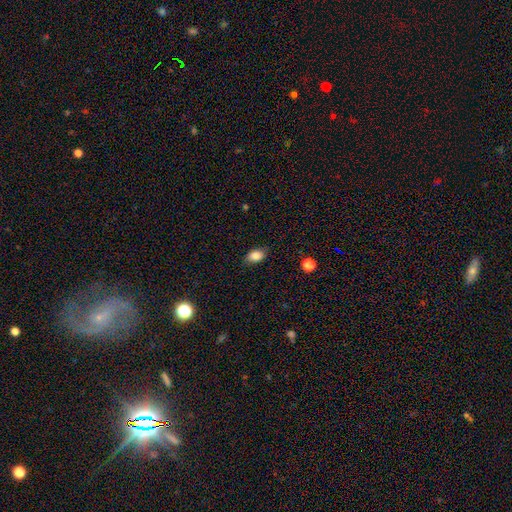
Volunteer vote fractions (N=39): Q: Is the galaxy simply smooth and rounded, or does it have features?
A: smooth — 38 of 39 (97%).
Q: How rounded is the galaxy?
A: in between — 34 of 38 (89%).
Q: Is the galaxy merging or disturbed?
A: none — 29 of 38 (76%).